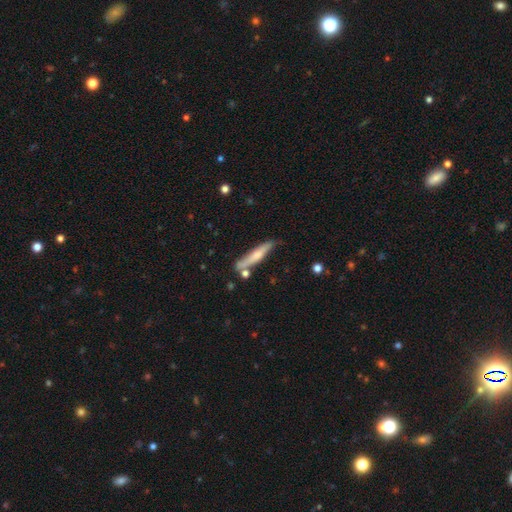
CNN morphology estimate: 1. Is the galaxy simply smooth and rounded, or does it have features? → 50% smooth, 44% featured or disk, 6% star or artifact.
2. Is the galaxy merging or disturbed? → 69% none, 19% minor disturbance, 8% merger, 4% major disturbance.